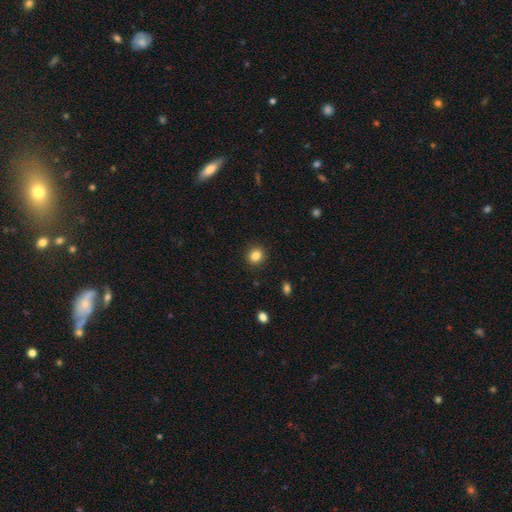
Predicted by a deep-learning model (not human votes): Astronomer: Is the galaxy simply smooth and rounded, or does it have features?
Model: smooth — 85%.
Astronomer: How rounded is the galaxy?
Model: round — 77%.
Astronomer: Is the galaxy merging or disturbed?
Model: none — 90%.